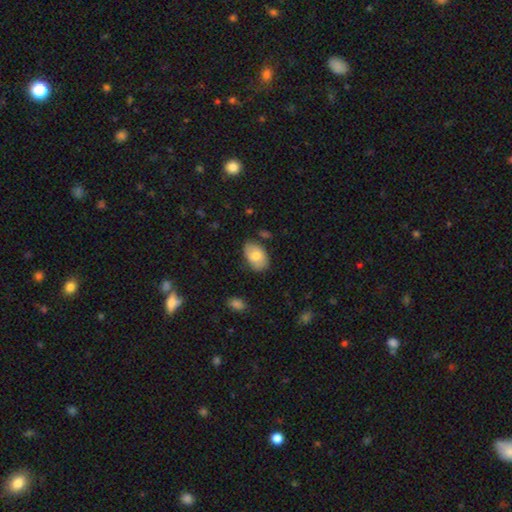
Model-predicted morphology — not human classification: smooth-or-featured: smooth: 75% | featured or disk: 19% | star or artifact: 7%
  how-rounded: in between: 90% | round: 9% | cigar-shaped: 1%
  merging: none: 73% | minor disturbance: 20% | major disturbance: 4% | merger: 3%